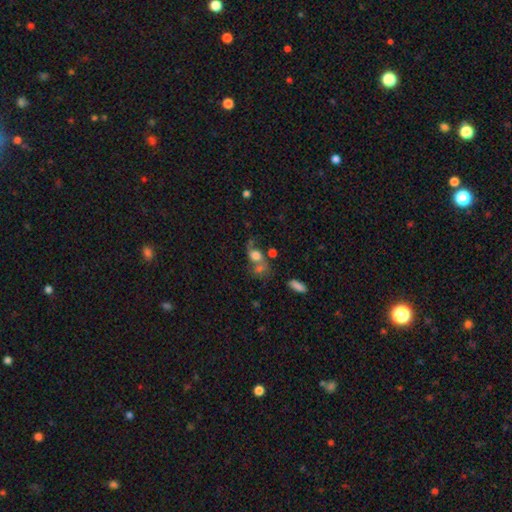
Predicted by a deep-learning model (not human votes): Morphology: type=smooth (52%); roundness=in between (51%); merging=merger (40%).